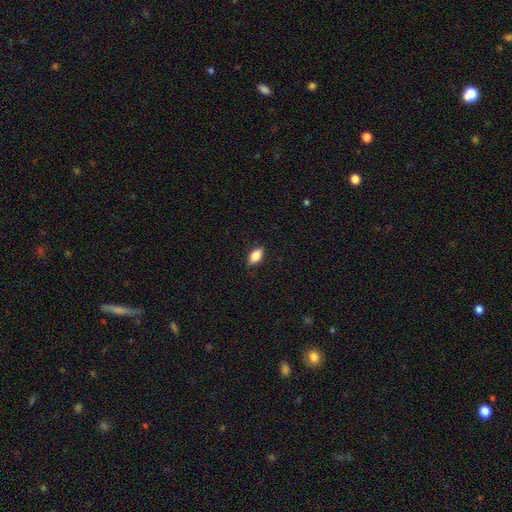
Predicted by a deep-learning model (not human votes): smooth 84%, featured or disk 9%, star or artifact 8%. Down the decision tree: how rounded — in between (89%); merging — none (85%).